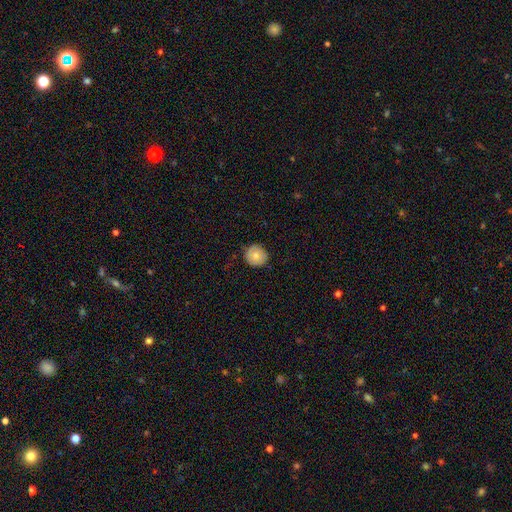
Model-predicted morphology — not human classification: The model was most divided on "smooth or featured": smooth: 76%, featured or disk: 15%, star or artifact: 8%. More confident: how rounded — round (91%); merging — none (83%).